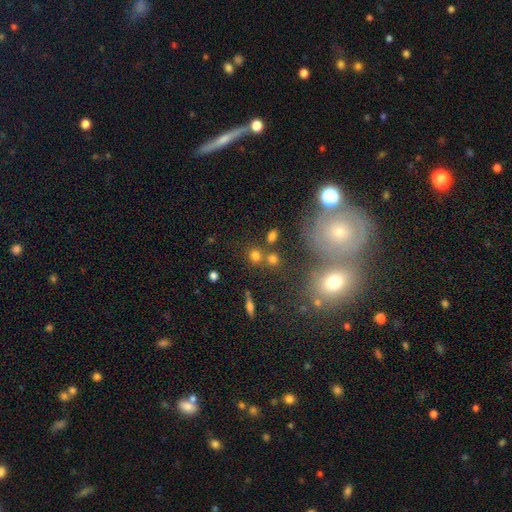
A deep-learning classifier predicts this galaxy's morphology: A smooth galaxy with no disk features (74%) that is round (84%). Merging: none (69%).